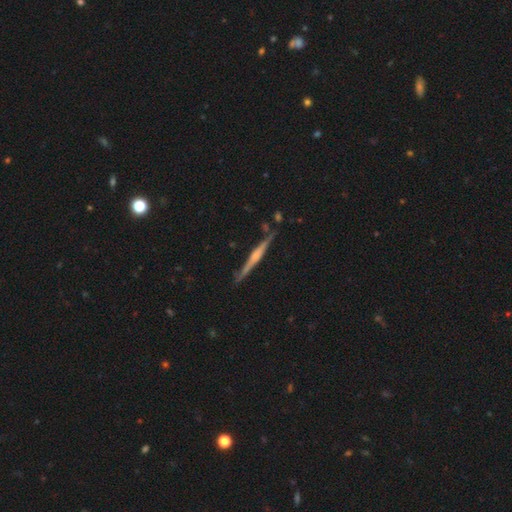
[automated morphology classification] This is likely a featured or disk galaxy (73%). It is clearly viewed edge-on (98%). Edge-on bulge: possibly rounded (57%). Merging: clearly none (85%).